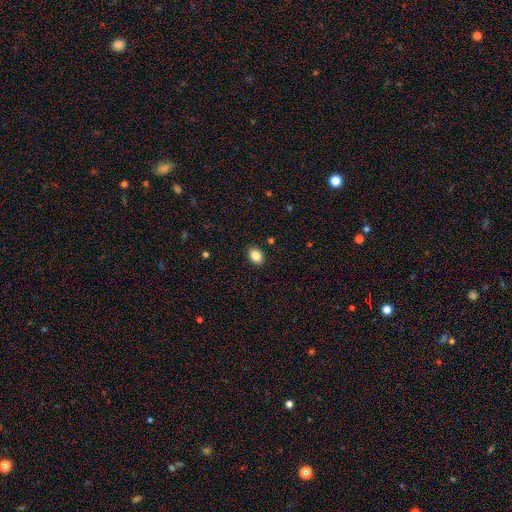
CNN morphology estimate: This is clearly a smooth galaxy (86%). How rounded: likely in between (68%). Merging: clearly none (89%).